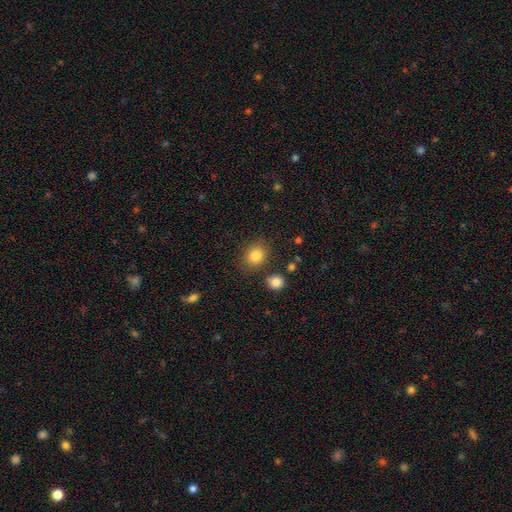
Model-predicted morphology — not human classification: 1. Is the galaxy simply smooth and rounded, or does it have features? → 84% smooth, 10% star or artifact, 6% featured or disk.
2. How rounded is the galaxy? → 67% round, 32% in between, 1% cigar-shaped.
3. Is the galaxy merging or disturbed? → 80% none, 11% minor disturbance, 5% merger, 4% major disturbance.